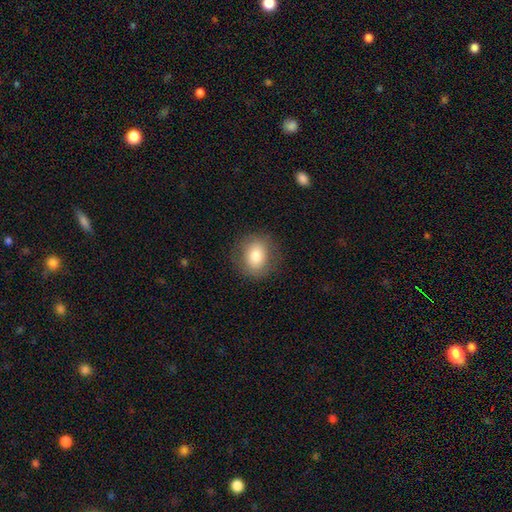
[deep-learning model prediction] The model was most divided on "how rounded": round: 64%, in between: 35%, cigar-shaped: 1%. More confident: merging — none (83%); smooth or featured — smooth (77%).